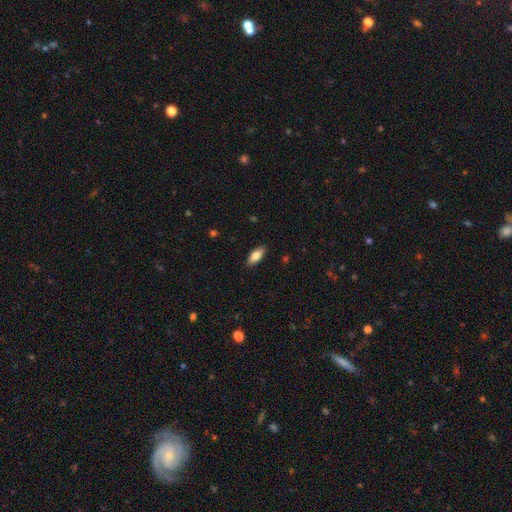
Smooth or featured? smooth (82%)
How rounded? in between (81%)
Merging? none (86%)